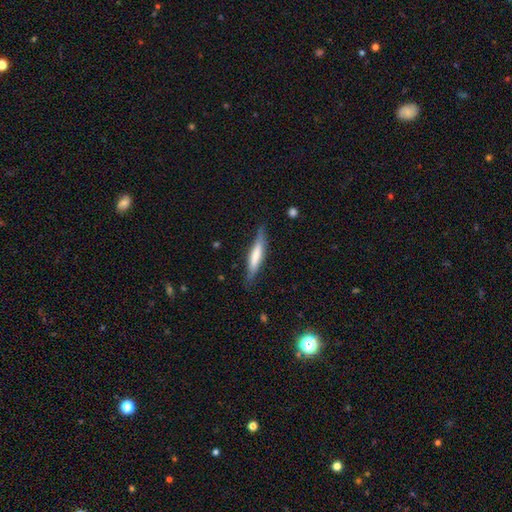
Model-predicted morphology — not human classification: Smooth or featured? smooth (58%)
How rounded? cigar-shaped (86%)
Merging? none (78%)